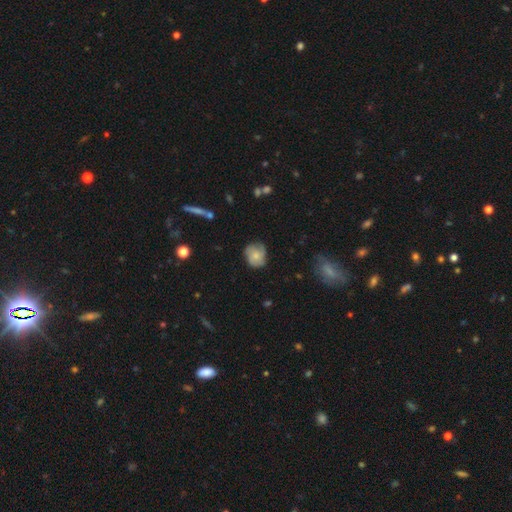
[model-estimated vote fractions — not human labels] Q: Smooth or featured?
A: smooth (59%); runner-up: featured or disk (33%)
Q: How rounded?
A: round (73%); runner-up: in between (26%)
Q: Merging?
A: none (70%); runner-up: minor disturbance (22%)